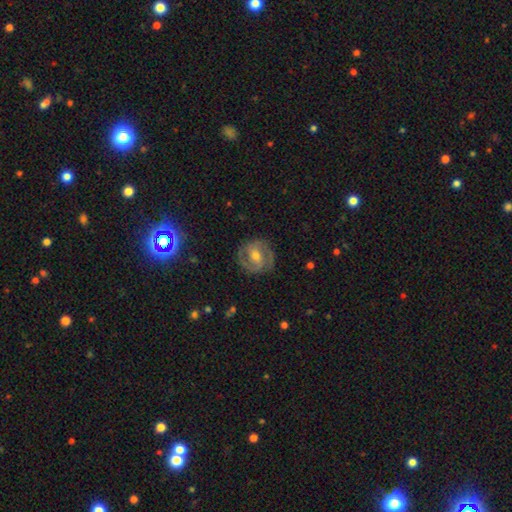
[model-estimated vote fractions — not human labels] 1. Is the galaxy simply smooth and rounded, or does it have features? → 78% featured or disk, 16% smooth, 6% star or artifact.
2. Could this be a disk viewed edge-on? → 97% no, 3% yes.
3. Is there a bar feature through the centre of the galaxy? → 43% weak, 39% no, 18% strong.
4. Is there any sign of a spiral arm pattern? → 90% yes, 10% no.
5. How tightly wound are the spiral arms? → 47% tight, 42% medium, 10% loose.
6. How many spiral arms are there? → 81% 2, 9% can't tell, 5% 3, 3% 1, 2% 4, 1% more than 4.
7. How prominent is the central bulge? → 66% moderate, 28% small, 4% large, 1% none, 1% dominant.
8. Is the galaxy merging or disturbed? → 81% none, 13% minor disturbance, 5% major disturbance, 1% merger.